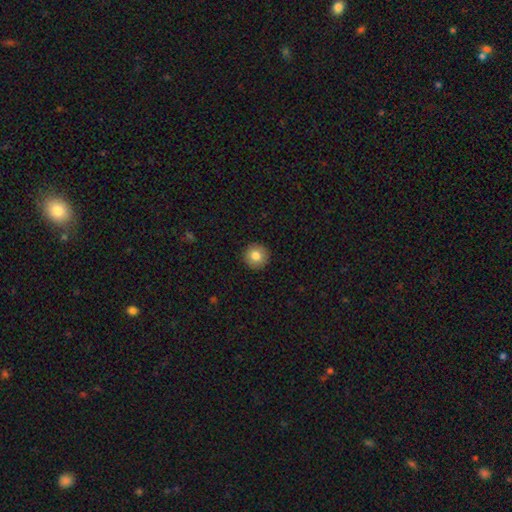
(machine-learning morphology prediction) The model was most divided on "smooth or featured": smooth: 83%, star or artifact: 9%, featured or disk: 9%. More confident: how rounded — round (96%); merging — none (93%).